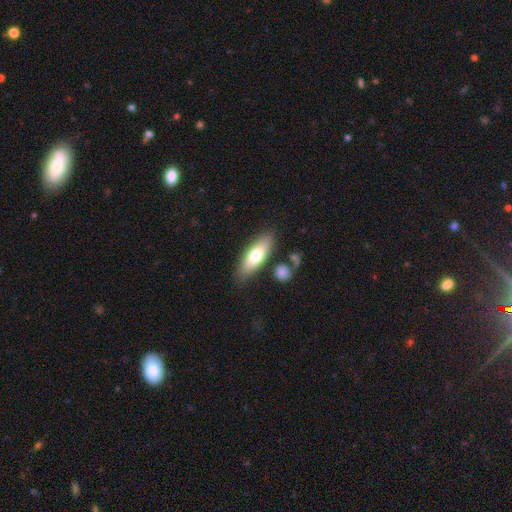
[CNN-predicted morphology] Smooth or featured?
  - smooth: 68% *
  - featured or disk: 26%
  - star or artifact: 6%
How rounded?
  - in between: 56% *
  - cigar-shaped: 41%
  - round: 2%
Merging?
  - none: 82% *
  - minor disturbance: 11%
  - merger: 4%
  - major disturbance: 3%